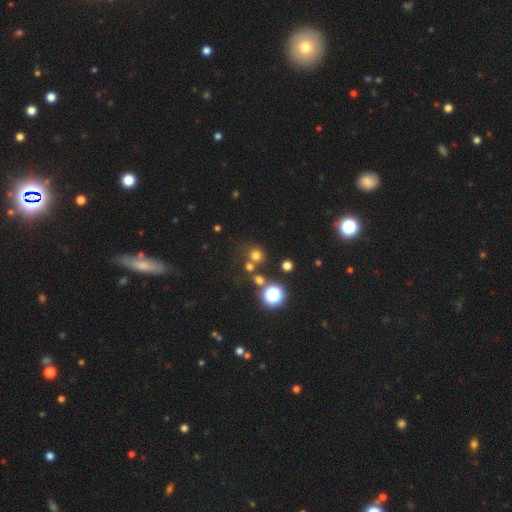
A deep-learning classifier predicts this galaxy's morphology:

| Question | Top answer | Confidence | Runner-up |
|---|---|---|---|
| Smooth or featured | smooth | 65% | star or artifact (27%) |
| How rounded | round | 89% | in between (10%) |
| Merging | none | 70% | merger (18%) |